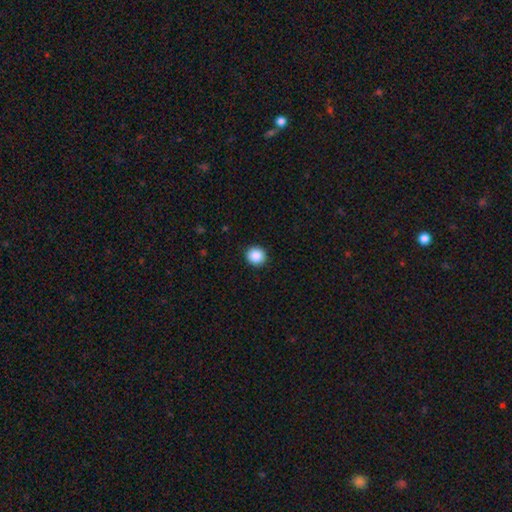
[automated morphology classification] smooth_or_featured: smooth (p=0.88) [alt: star or artifact p=0.09]
how_rounded: round (p=0.90) [alt: in between p=0.09]
merging: none (p=0.92) [alt: minor disturbance p=0.05]